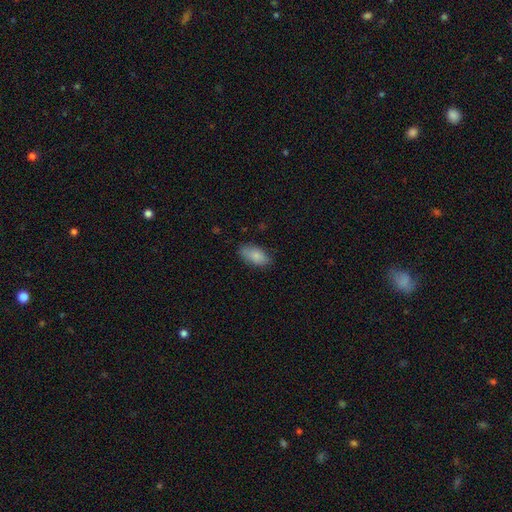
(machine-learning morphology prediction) smooth 85%, featured or disk 8%, star or artifact 7%. Down the decision tree: how rounded — in between (92%); merging — none (77%).